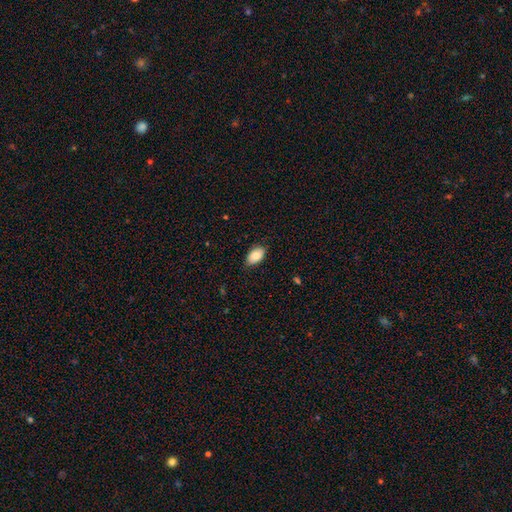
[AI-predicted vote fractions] Smooth or featured? Predicted: smooth (p=0.82). How rounded? Predicted: in between (p=0.92). Merging? Predicted: none (p=0.83).